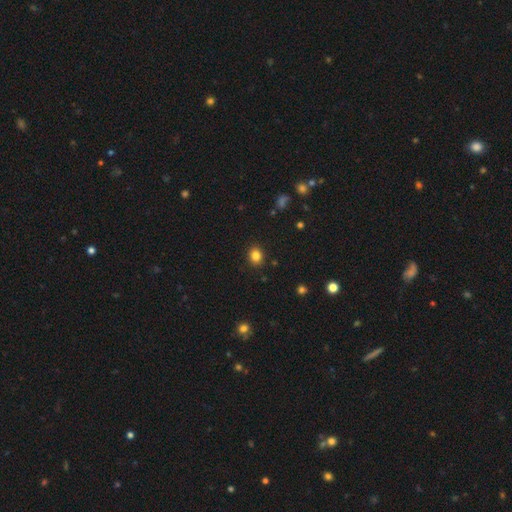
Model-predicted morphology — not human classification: type=smooth (83%); roundness=round (59%); merging=none (89%).